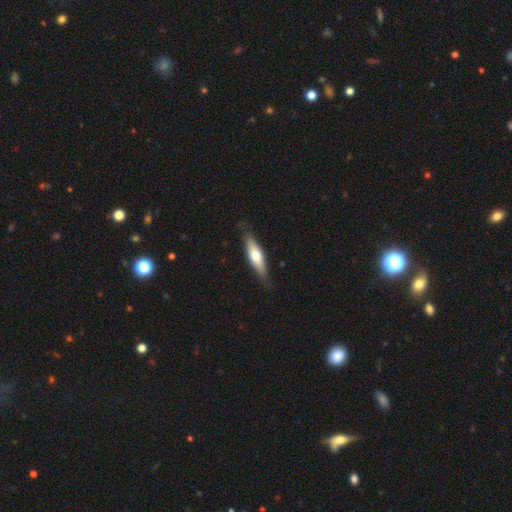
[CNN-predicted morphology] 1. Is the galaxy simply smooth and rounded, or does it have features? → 53% smooth, 42% featured or disk, 5% star or artifact.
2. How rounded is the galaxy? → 61% cigar-shaped, 38% in between, 2% round.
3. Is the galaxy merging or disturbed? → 82% none, 14% minor disturbance, 3% major disturbance, 1% merger.